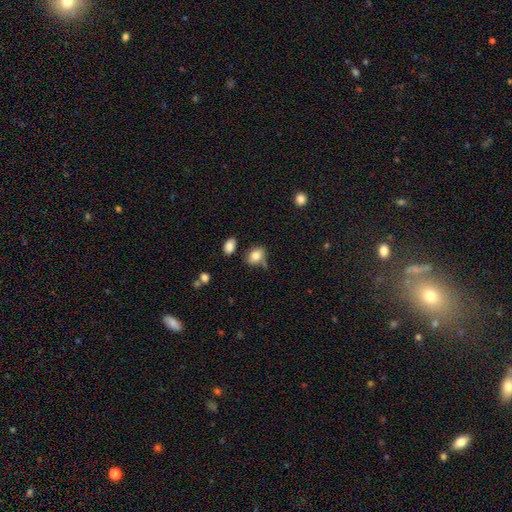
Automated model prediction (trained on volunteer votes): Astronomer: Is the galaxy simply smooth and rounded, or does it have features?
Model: smooth — 80%.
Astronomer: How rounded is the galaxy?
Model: in between — 68%.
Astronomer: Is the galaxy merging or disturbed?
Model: none — 54%.